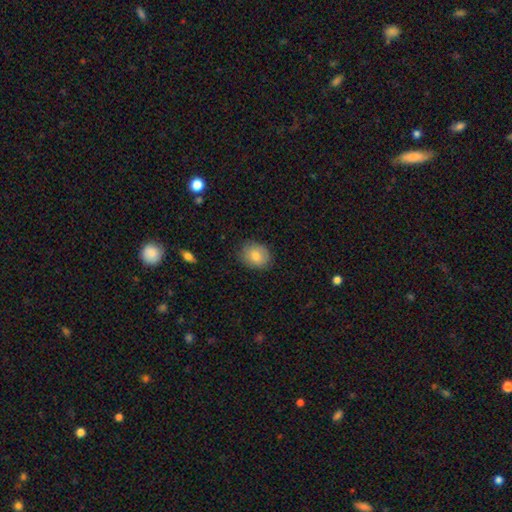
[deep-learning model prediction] A smooth galaxy with no disk features (80%) that is round (51%). Merging: none (82%).